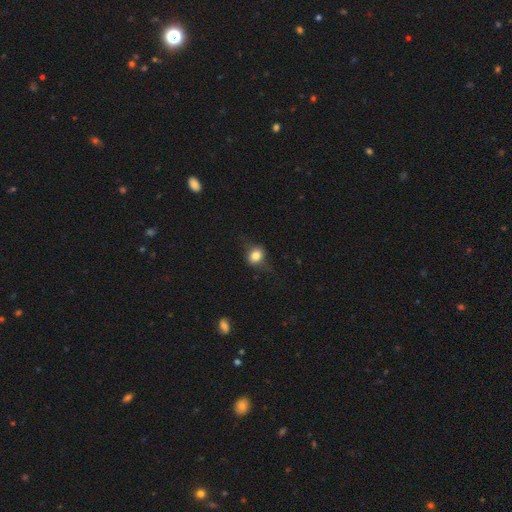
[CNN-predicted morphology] smooth_or_featured: smooth (p=0.76) [alt: featured or disk p=0.14]
how_rounded: round (p=0.55) [alt: in between p=0.43]
merging: none (p=0.65) [alt: minor disturbance p=0.23]